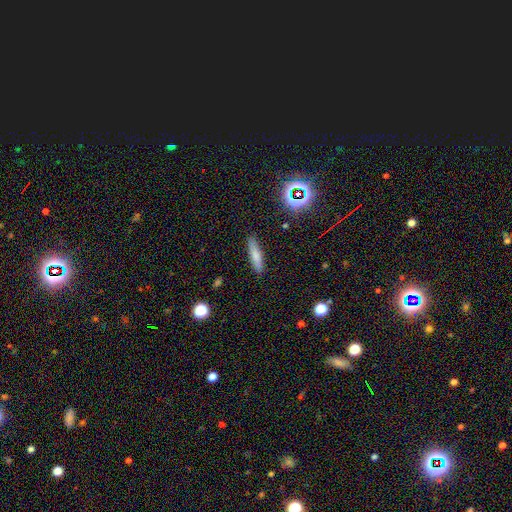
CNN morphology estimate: smooth-or-featured: smooth: 74% | featured or disk: 16% | star or artifact: 10%
  how-rounded: cigar-shaped: 80% | in between: 18% | round: 2%
  merging: none: 87% | minor disturbance: 9% | major disturbance: 2% | merger: 1%